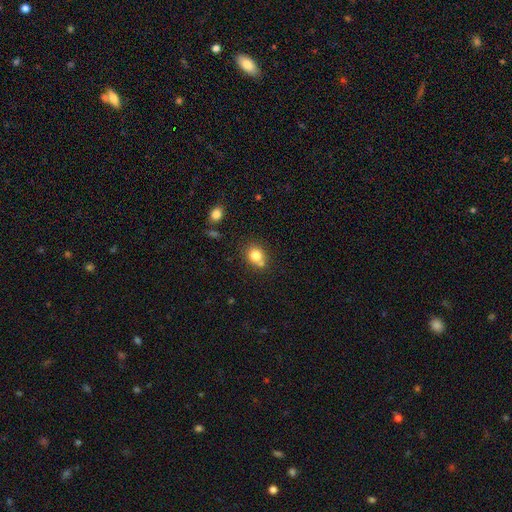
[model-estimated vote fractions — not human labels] Morphology: type=smooth (79%); roundness=round (68%); merging=none (59%).